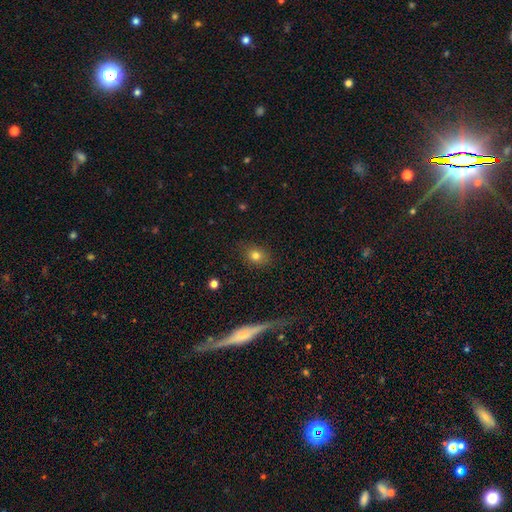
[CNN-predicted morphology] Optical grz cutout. It shows a smooth galaxy with no disk features (78%) that is round (51%). Merging: none (84%).